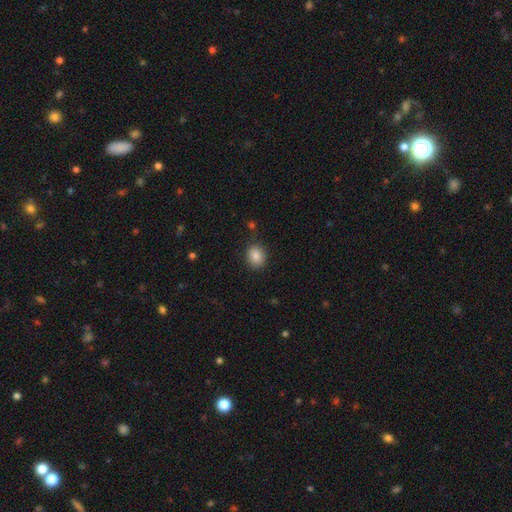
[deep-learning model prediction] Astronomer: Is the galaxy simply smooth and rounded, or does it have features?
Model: smooth — 85%.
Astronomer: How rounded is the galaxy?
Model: round — 63%.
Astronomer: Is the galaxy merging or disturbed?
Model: none — 86%.